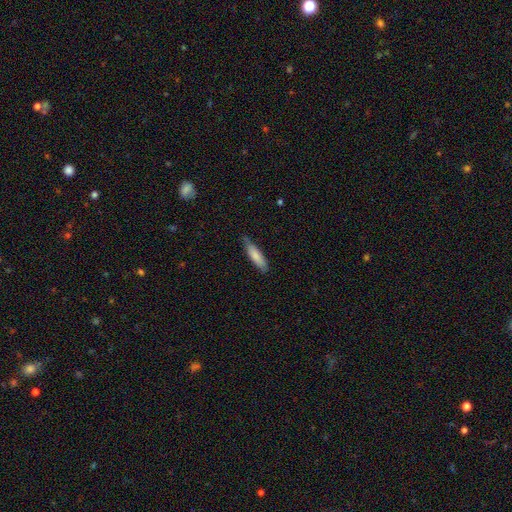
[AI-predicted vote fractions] A smooth galaxy with no disk features (77%) that is cigar-shaped (70%). Merging: none (74%).